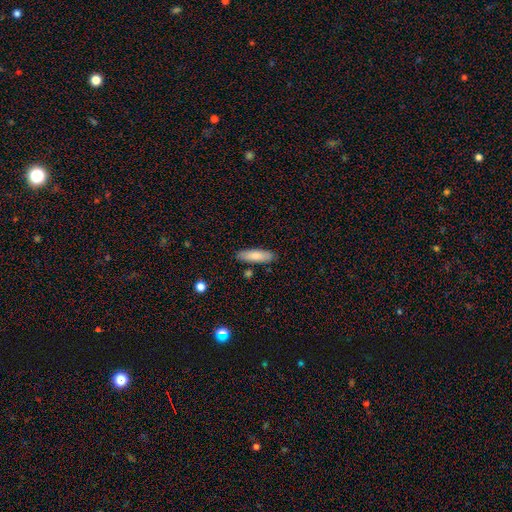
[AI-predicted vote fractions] This is clearly a smooth galaxy (82%). How rounded: possibly cigar-shaped (56%). Merging: clearly none (85%).